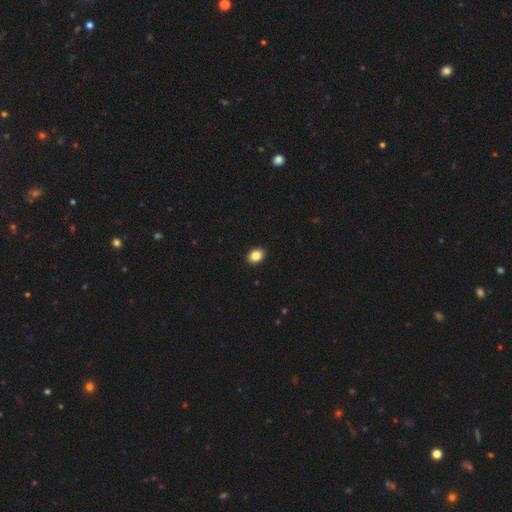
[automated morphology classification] This appears to be a smooth galaxy with no disk features (86%) that is in between round and cigar-shaped (64%). Merging: none (91%).